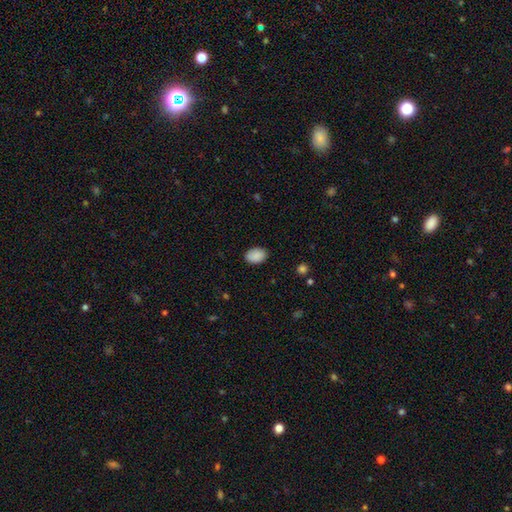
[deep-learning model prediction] Smooth or featured?
  - smooth: 90% *
  - star or artifact: 7%
  - featured or disk: 3%
How rounded?
  - in between: 84% *
  - round: 15%
  - cigar-shaped: 1%
Merging?
  - none: 86% *
  - minor disturbance: 10%
  - major disturbance: 2%
  - merger: 1%